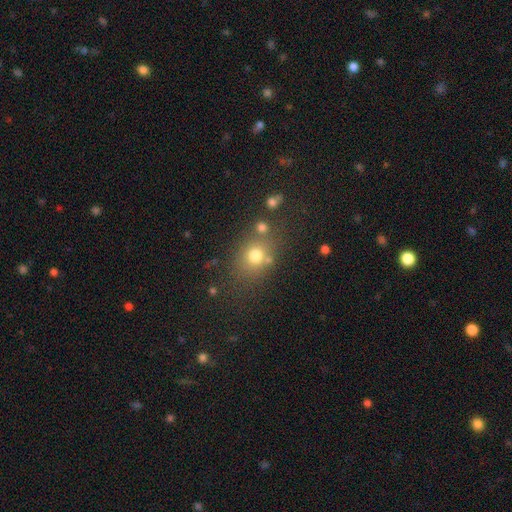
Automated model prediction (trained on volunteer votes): A smooth galaxy with no disk features (73%) that is round (60%). Merging: none (67%).